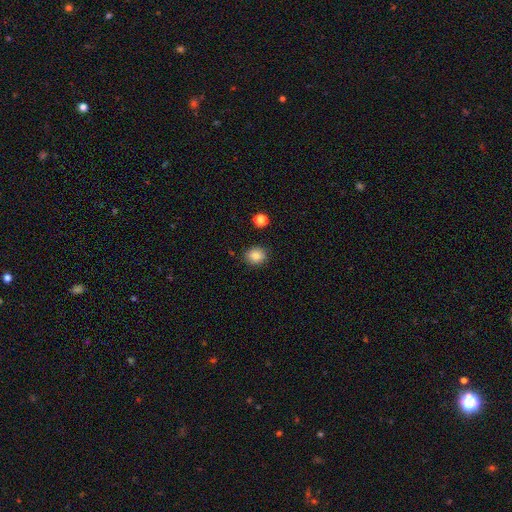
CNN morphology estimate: A smooth galaxy with no disk features (85%) that is round (71%). Merging: none (86%).